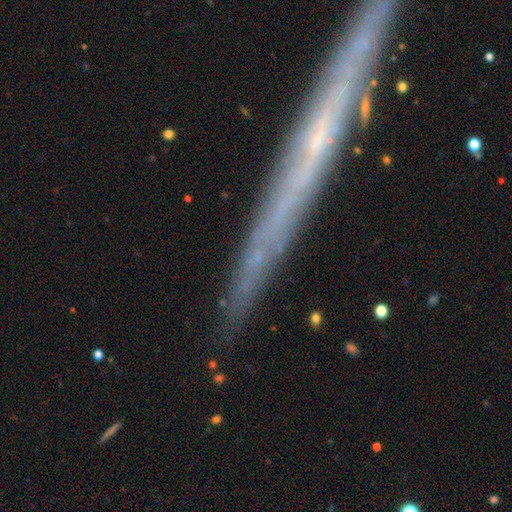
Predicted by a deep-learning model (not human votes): smooth-or-featured: featured or disk: 50% | smooth: 35% | star or artifact: 15%
  disk-edge-on: yes: 84% | no: 16%
  merging: none: 81% | minor disturbance: 12% | major disturbance: 4% | merger: 4%